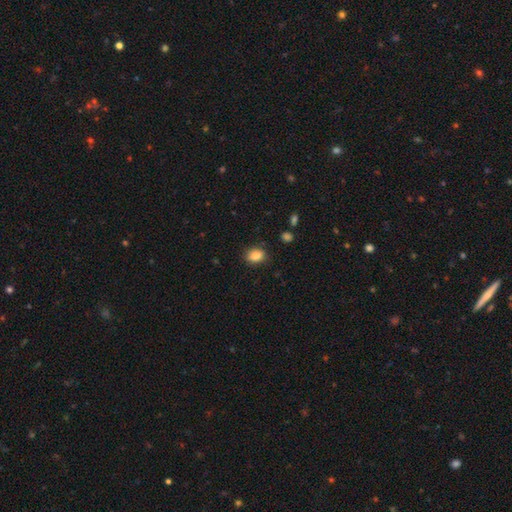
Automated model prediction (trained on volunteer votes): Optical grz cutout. It shows a smooth galaxy with no disk features (86%) that is in between round and cigar-shaped (74%). Merging: none (84%).